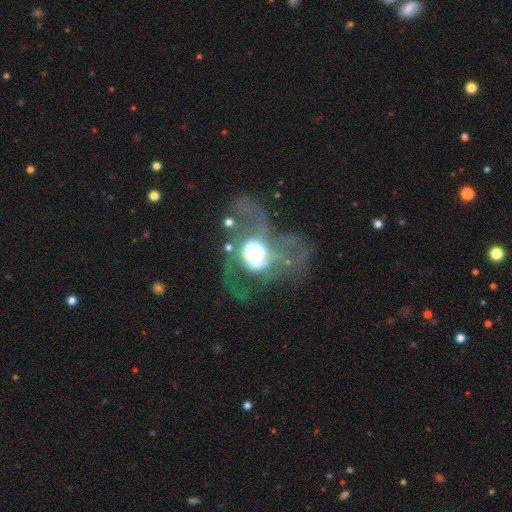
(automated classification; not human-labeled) featured or disk 71%, smooth 19%, star or artifact 10%. Down the decision tree: edge-on disk — no (96%); bar — no (67%); spiral arms — yes (62%); bulge size — large (45%); merging — major disturbance (56%).